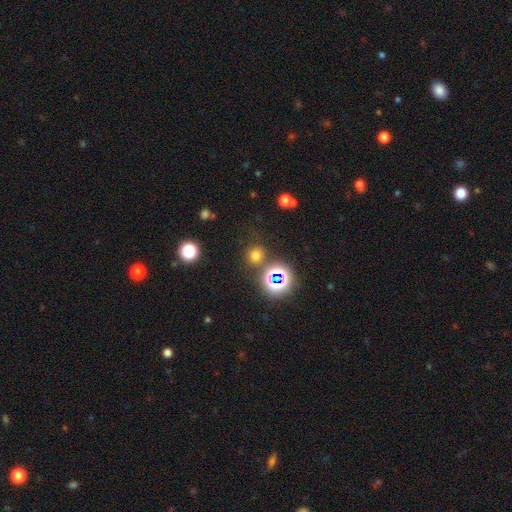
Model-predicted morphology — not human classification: Smooth or featured?
  - smooth: 65% *
  - star or artifact: 29%
  - featured or disk: 6%
How rounded?
  - round: 89% *
  - in between: 10%
  - cigar-shaped: 1%
Merging?
  - none: 79% *
  - minor disturbance: 9%
  - merger: 8%
  - major disturbance: 4%